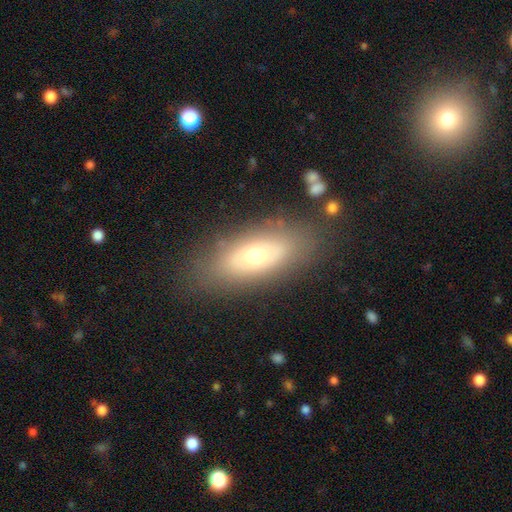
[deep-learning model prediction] smooth 57%, featured or disk 34%, star or artifact 9%. Down the decision tree: how rounded — in between (76%); merging — none (80%).